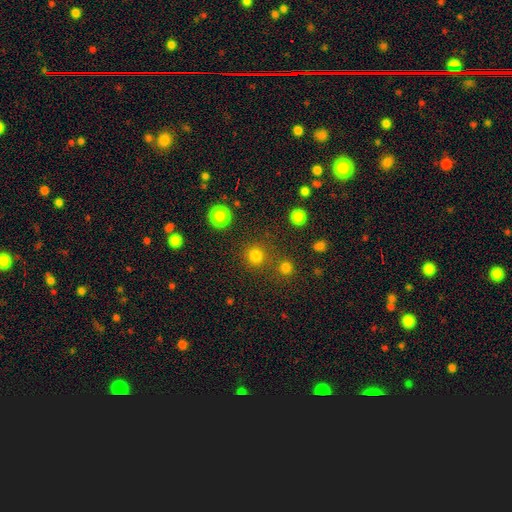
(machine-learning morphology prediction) This is likely a smooth galaxy (80%). How rounded: clearly round (93%). Merging: clearly none (81%).